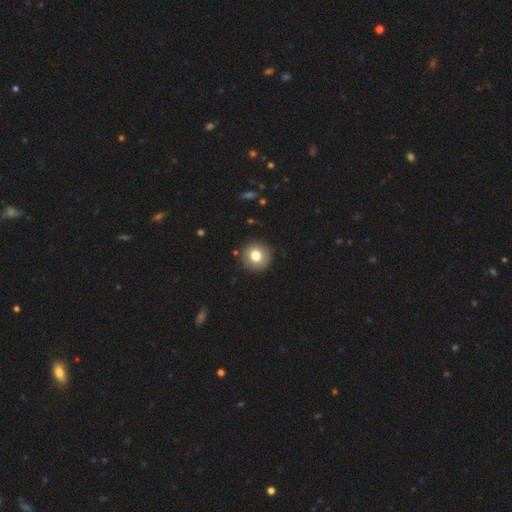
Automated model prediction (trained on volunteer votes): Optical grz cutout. It shows a smooth galaxy with no disk features (78%) that is round (93%). Merging: none (90%).